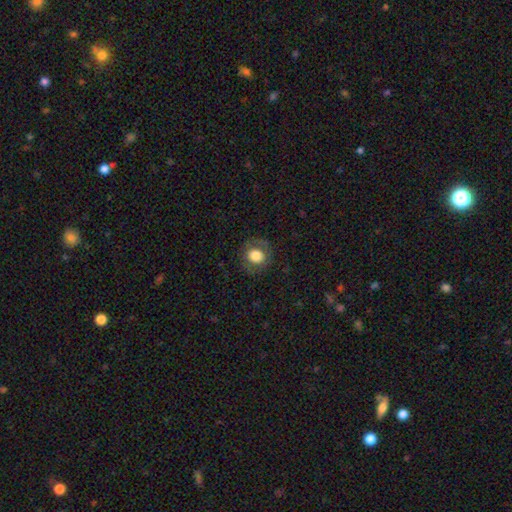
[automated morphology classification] The model was most divided on "smooth or featured": smooth: 73%, featured or disk: 18%, star or artifact: 9%. More confident: how rounded — round (84%); merging — none (81%).